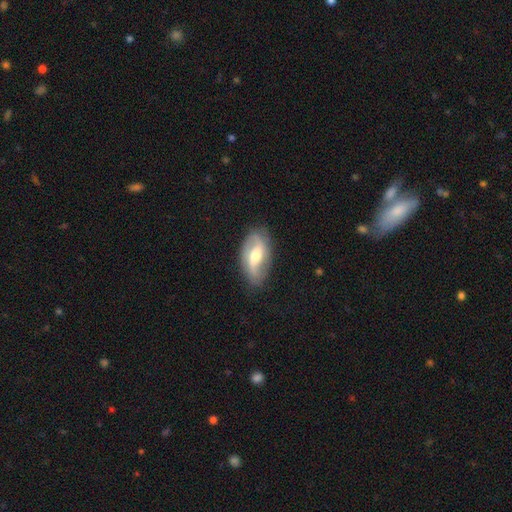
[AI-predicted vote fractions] smooth_or_featured: featured or disk (p=0.72) [alt: smooth p=0.22]
disk_edge_on: no (p=0.93) [alt: yes p=0.07]
bar: weak (p=0.43) [alt: strong p=0.34]
has_spiral_arms: yes (p=0.84) [alt: no p=0.16]
spiral_winding: loose (p=0.47) [alt: medium p=0.35]
spiral_arm_count: 2 (p=0.88) [alt: can't tell p=0.07]
bulge_size: moderate (p=0.69) [alt: small p=0.20]
merging: none (p=0.82) [alt: minor disturbance p=0.13]